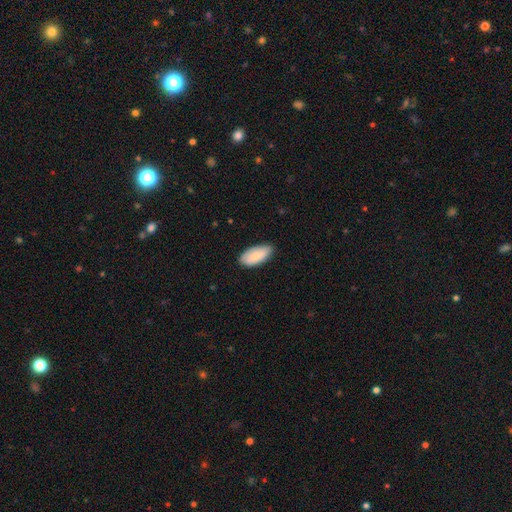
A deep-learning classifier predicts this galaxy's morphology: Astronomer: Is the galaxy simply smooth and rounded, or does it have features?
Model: smooth — 85%.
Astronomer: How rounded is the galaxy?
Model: in between — 92%.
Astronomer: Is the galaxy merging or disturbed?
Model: none — 78%.